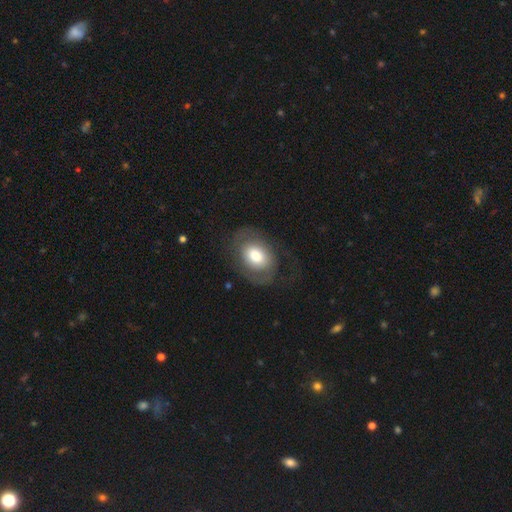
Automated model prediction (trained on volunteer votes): smooth_or_featured: smooth (p=0.55) [alt: featured or disk p=0.38]
how_rounded: in between (p=0.73) [alt: round p=0.26]
merging: none (p=0.62) [alt: major disturbance p=0.19]